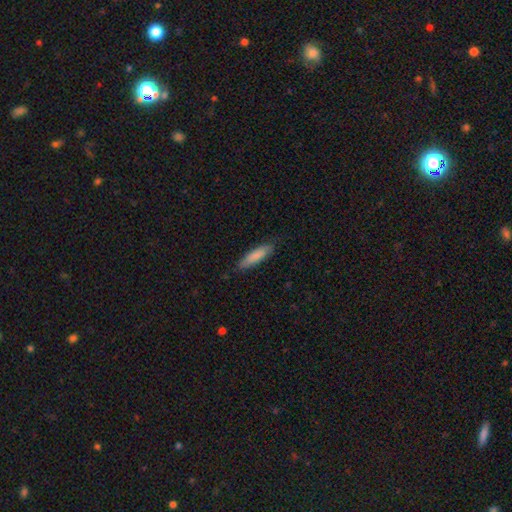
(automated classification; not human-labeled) Smooth or featured: smooth — 85% (featured or disk — 10%)
How rounded: cigar-shaped — 71% (in between — 28%)
Merging: none — 83% (minor disturbance — 13%)